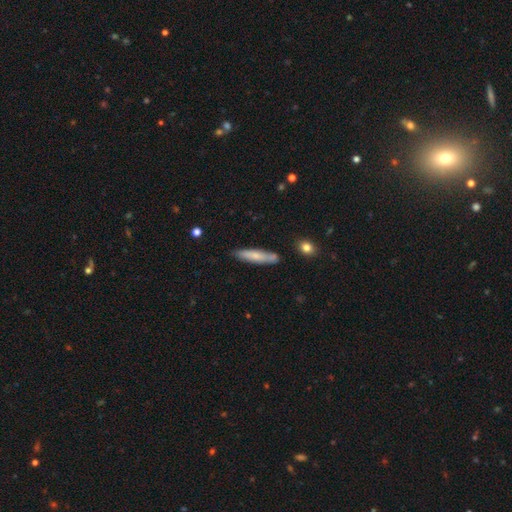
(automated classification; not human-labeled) A smooth galaxy with no disk features (69%) that is cigar-shaped (87%). Merging: none (81%).